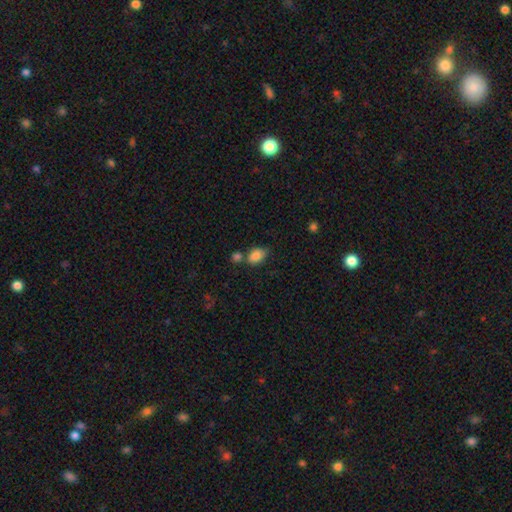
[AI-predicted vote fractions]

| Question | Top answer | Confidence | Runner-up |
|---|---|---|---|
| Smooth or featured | smooth | 85% | star or artifact (9%) |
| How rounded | in between | 80% | round (18%) |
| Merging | none | 52% | merger (22%) |